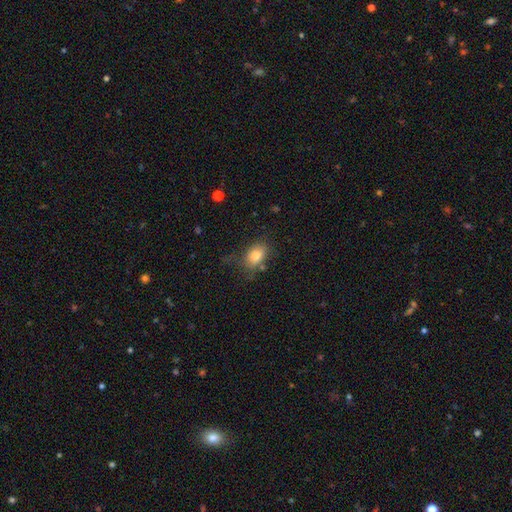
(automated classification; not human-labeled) smooth-or-featured: smooth: 81% | featured or disk: 10% | star or artifact: 9%
  how-rounded: in between: 78% | round: 20% | cigar-shaped: 2%
  merging: none: 63% | minor disturbance: 23% | major disturbance: 9% | merger: 5%